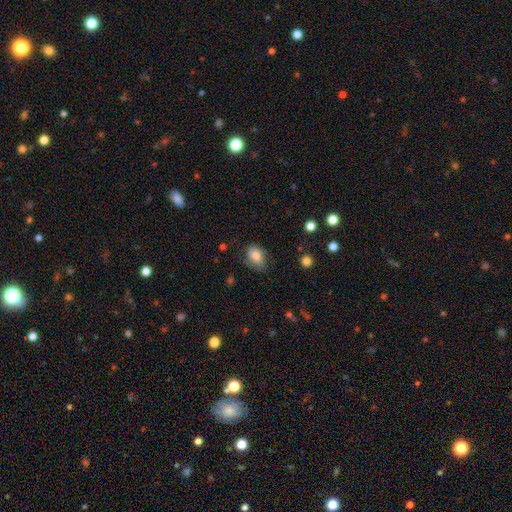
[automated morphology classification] A smooth galaxy with no disk features (77%) that is in between round and cigar-shaped (77%). Merging: none (67%).